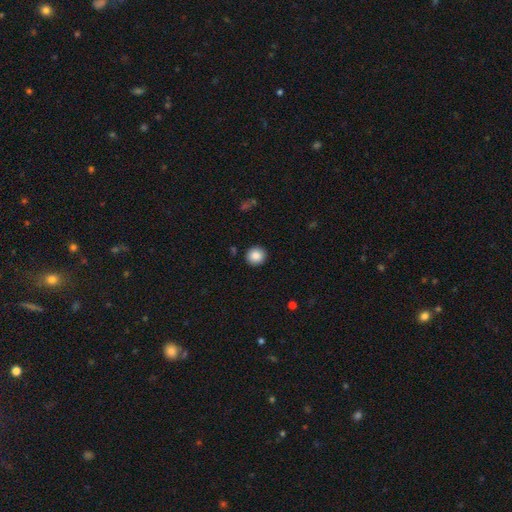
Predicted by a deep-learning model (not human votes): A smooth galaxy with no disk features (88%) that is round (89%). Merging: none (91%).